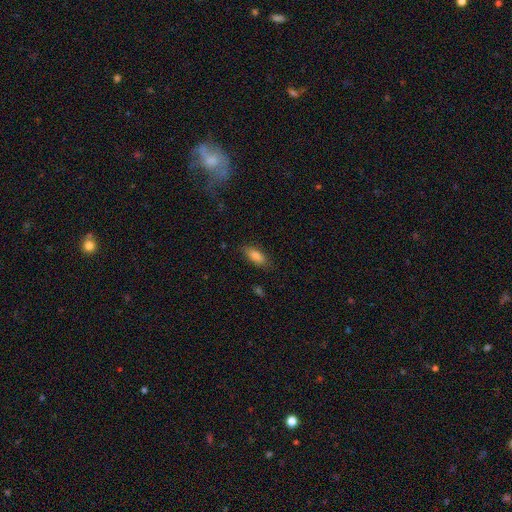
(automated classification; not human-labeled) Overall: smooth (83%). How rounded: in between (76%). Merging: none (83%).